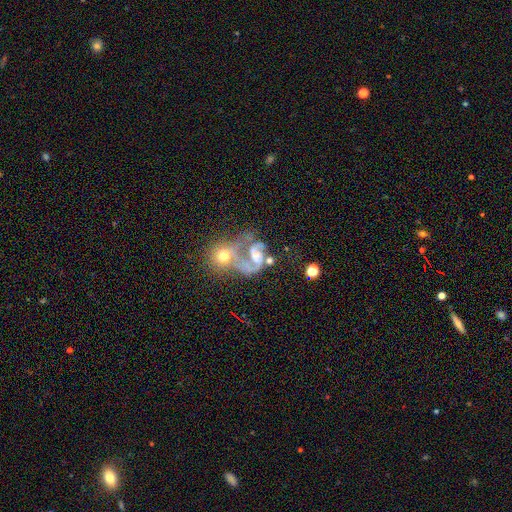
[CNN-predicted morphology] featured or disk 74%, smooth 16%, star or artifact 10%. Down the decision tree: edge-on disk — no (98%); bar — no (53%); spiral arms — yes (84%); spiral arm count — 2 (68%); spiral winding — medium (45%); bulge size — moderate (48%); merging — merger (57%).